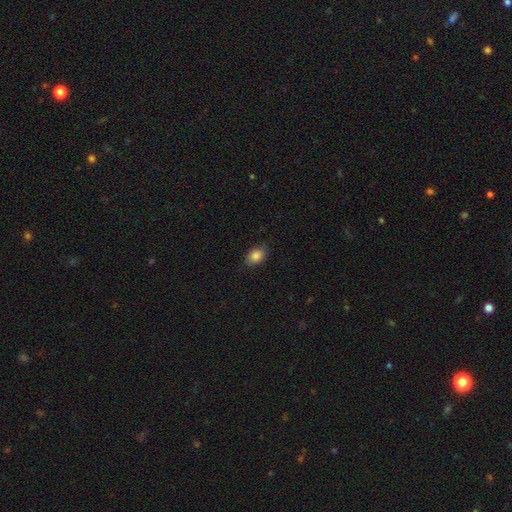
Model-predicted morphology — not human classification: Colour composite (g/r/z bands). It shows a smooth galaxy with no disk features (87%) that is in between round and cigar-shaped (78%). Merging: none (81%).